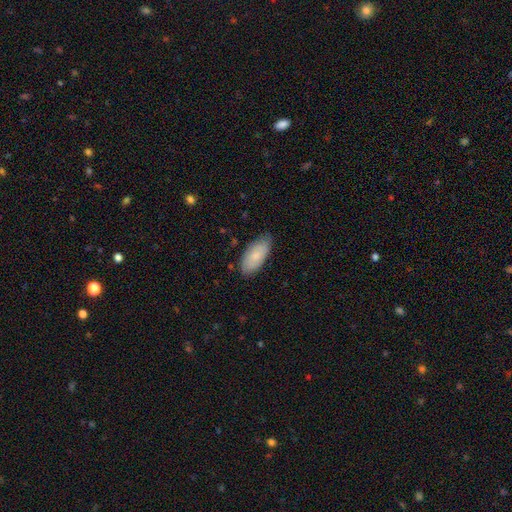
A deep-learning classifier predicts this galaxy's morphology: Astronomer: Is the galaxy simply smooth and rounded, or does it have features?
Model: smooth — 74%.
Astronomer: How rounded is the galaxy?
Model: in between — 91%.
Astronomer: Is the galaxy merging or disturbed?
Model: none — 76%.